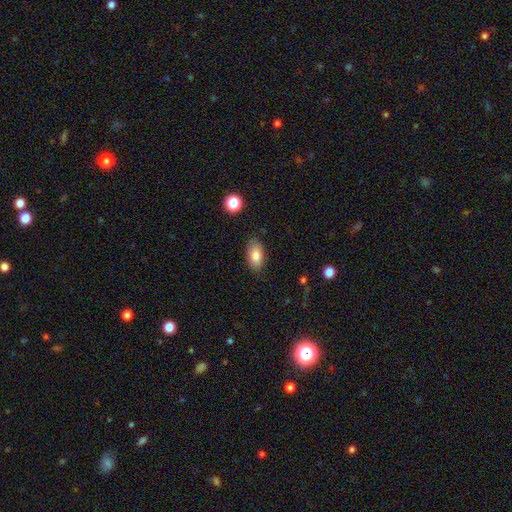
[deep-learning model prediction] Smooth or featured?
  - smooth: 82% *
  - featured or disk: 10%
  - star or artifact: 8%
How rounded?
  - in between: 91% *
  - round: 5%
  - cigar-shaped: 3%
Merging?
  - none: 85% *
  - minor disturbance: 11%
  - major disturbance: 3%
  - merger: 1%